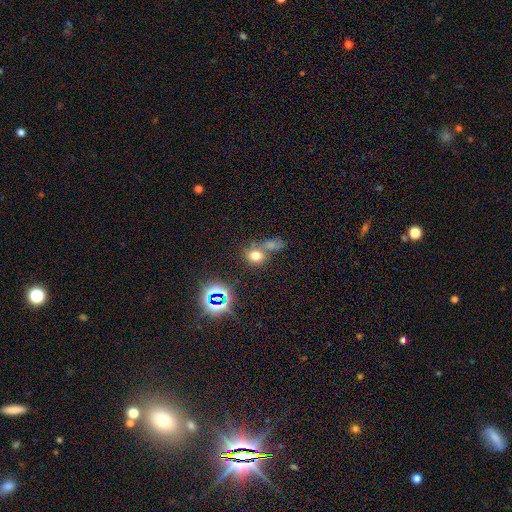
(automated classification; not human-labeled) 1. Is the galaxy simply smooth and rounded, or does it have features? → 67% smooth, 23% star or artifact, 10% featured or disk.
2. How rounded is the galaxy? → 59% round, 39% in between, 2% cigar-shaped.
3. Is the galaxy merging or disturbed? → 52% none, 33% merger, 10% minor disturbance, 6% major disturbance.